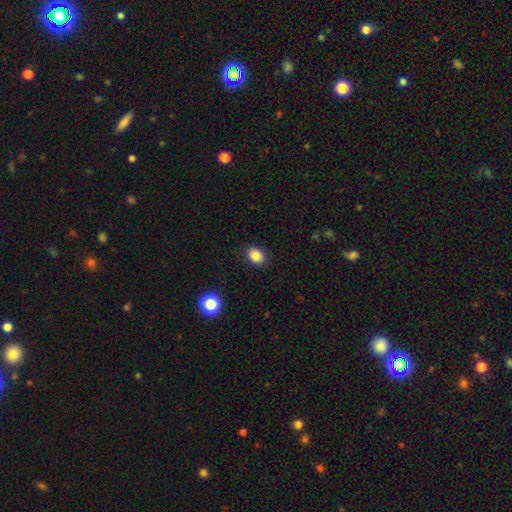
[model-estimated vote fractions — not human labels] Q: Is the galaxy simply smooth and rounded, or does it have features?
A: smooth — 86%.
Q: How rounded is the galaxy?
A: in between — 61%.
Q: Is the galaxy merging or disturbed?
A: none — 88%.